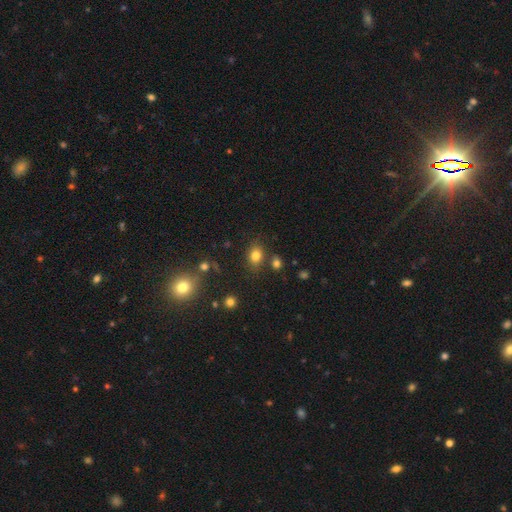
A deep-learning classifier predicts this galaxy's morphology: A smooth galaxy with no disk features (78%) that is in between round and cigar-shaped (56%). Merging: none (74%).